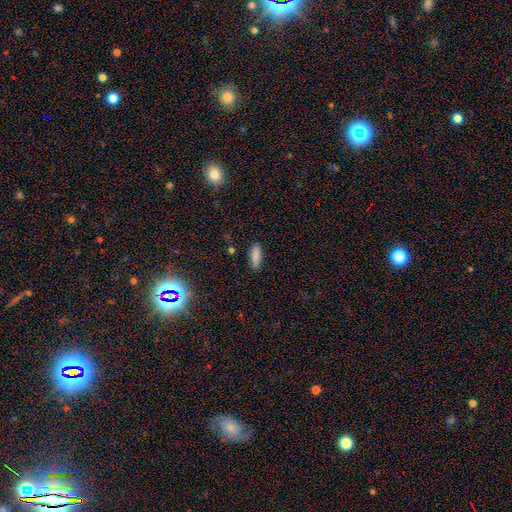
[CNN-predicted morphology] Smooth or featured? Predicted: smooth (p=0.85). How rounded? Predicted: in between (p=0.67). Merging? Predicted: none (p=0.87).